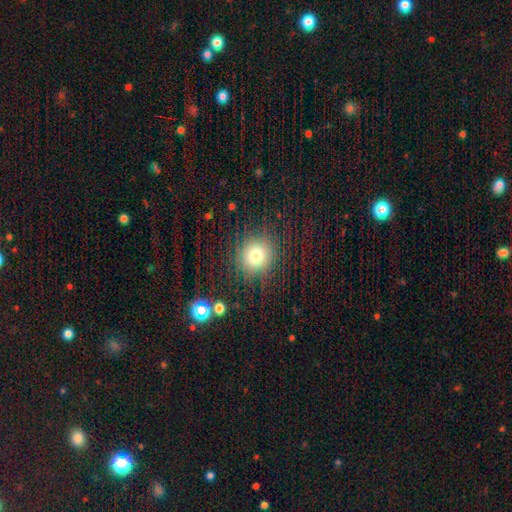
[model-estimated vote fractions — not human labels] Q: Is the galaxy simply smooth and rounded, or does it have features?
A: smooth — 65%.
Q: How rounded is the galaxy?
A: round — 88%.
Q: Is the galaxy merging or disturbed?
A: none — 83%.